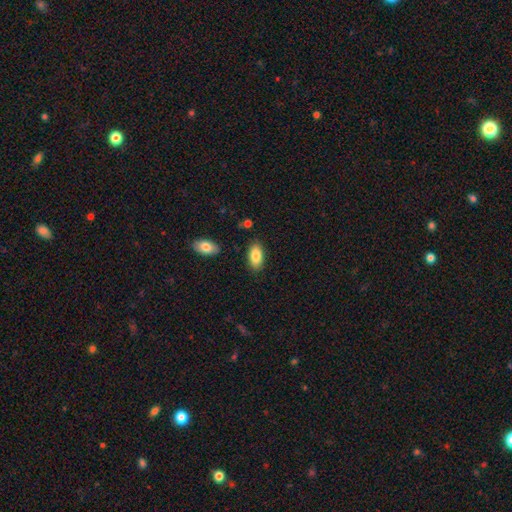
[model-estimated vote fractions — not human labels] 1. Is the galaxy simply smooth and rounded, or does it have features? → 85% smooth, 8% featured or disk, 7% star or artifact.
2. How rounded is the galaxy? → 93% in between, 4% cigar-shaped, 3% round.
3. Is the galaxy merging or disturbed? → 85% none, 10% minor disturbance, 2% major disturbance, 2% merger.